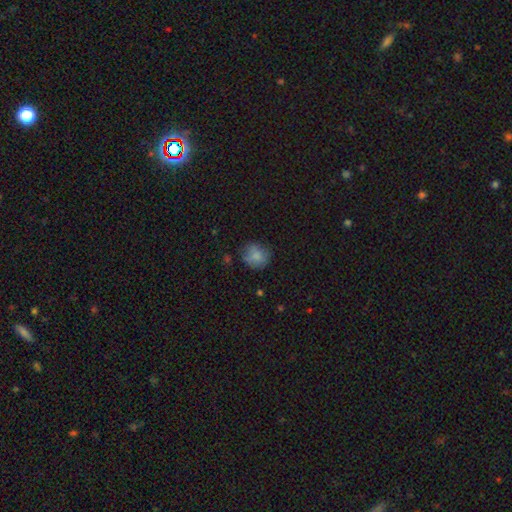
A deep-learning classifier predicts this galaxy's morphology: smooth 79%, featured or disk 12%, star or artifact 10%. Down the decision tree: how rounded — round (76%); merging — none (65%).